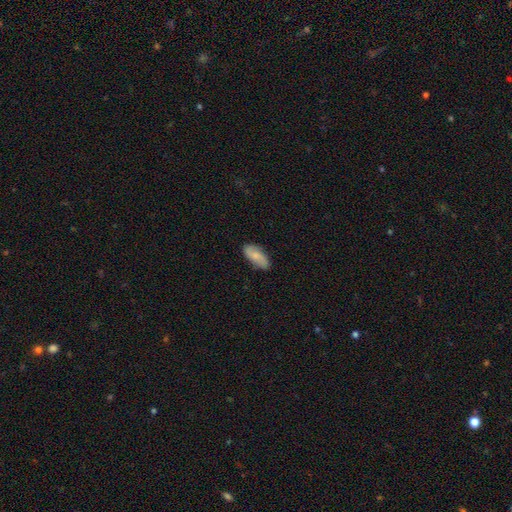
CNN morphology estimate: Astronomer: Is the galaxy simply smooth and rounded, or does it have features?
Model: smooth — 65%.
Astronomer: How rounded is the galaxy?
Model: in between — 87%.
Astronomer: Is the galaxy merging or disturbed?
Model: none — 83%.